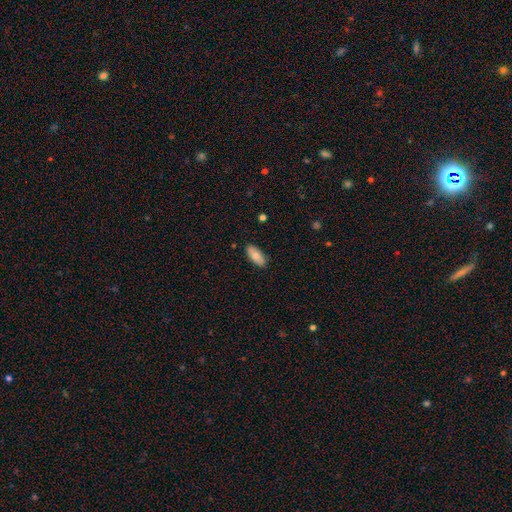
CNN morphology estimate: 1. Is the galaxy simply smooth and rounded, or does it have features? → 80% smooth, 14% featured or disk, 6% star or artifact.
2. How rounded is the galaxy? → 87% in between, 11% cigar-shaped, 2% round.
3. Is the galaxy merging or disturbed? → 88% none, 9% minor disturbance, 2% major disturbance, 1% merger.